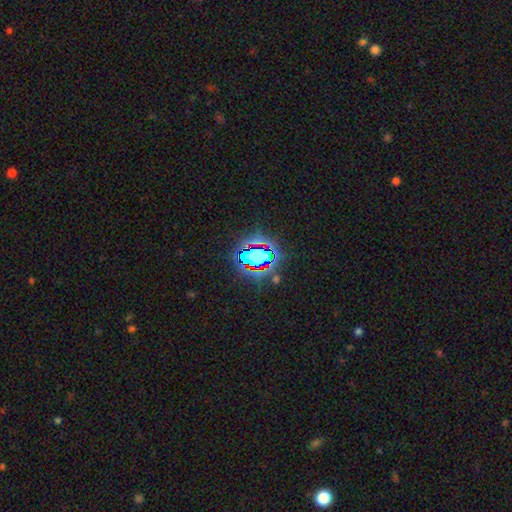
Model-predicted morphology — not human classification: Smooth or featured: star or artifact — 57% (smooth — 28%)